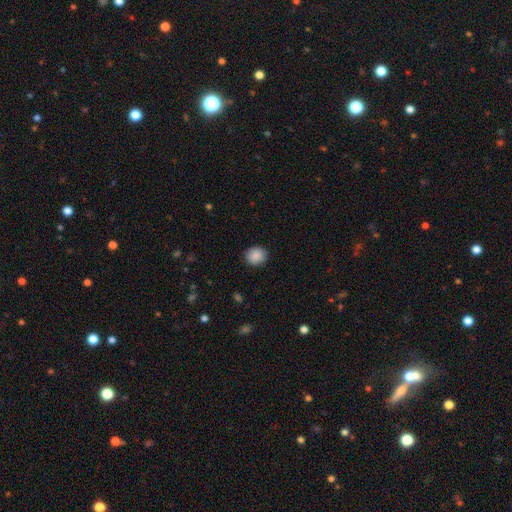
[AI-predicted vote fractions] This is clearly a smooth galaxy (88%). How rounded: likely round (70%). Merging: clearly none (89%).